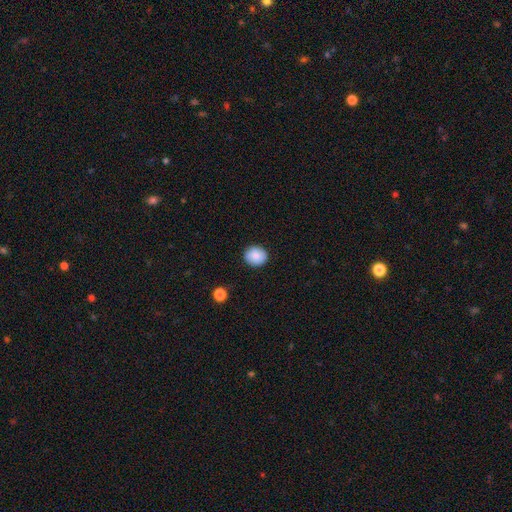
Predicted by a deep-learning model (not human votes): Smooth or featured?
  - smooth: 87% *
  - star or artifact: 8%
  - featured or disk: 5%
How rounded?
  - round: 78% *
  - in between: 21%
  - cigar-shaped: 1%
Merging?
  - none: 89% *
  - minor disturbance: 8%
  - major disturbance: 2%
  - merger: 1%